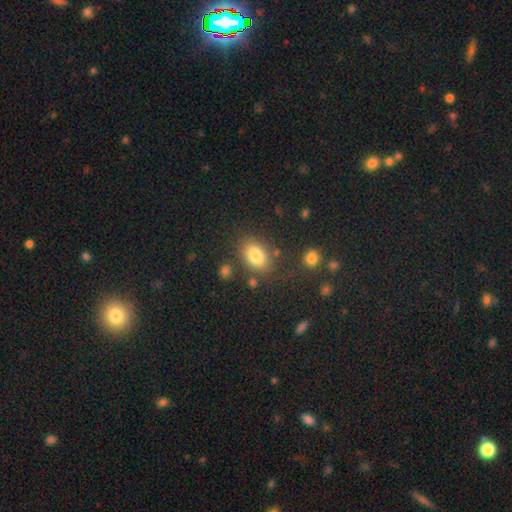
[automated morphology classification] Smooth or featured?
  - smooth: 81% *
  - featured or disk: 10%
  - star or artifact: 9%
How rounded?
  - in between: 85% *
  - round: 13%
  - cigar-shaped: 2%
Merging?
  - none: 76% *
  - minor disturbance: 13%
  - merger: 6%
  - major disturbance: 5%